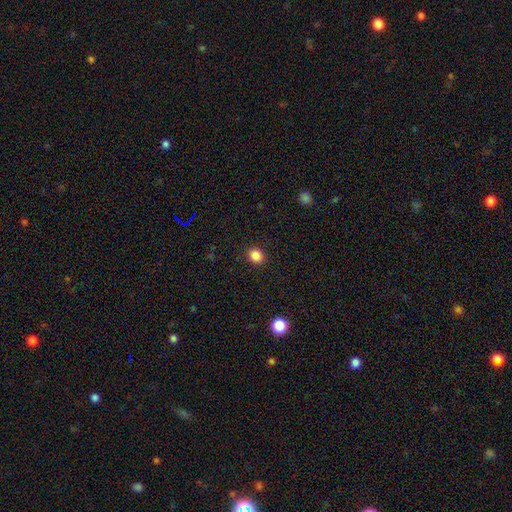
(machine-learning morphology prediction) Smooth or featured?
  - smooth: 86% *
  - star or artifact: 11%
  - featured or disk: 3%
How rounded?
  - round: 69% *
  - in between: 31%
  - cigar-shaped: 1%
Merging?
  - none: 90% *
  - minor disturbance: 7%
  - major disturbance: 2%
  - merger: 1%